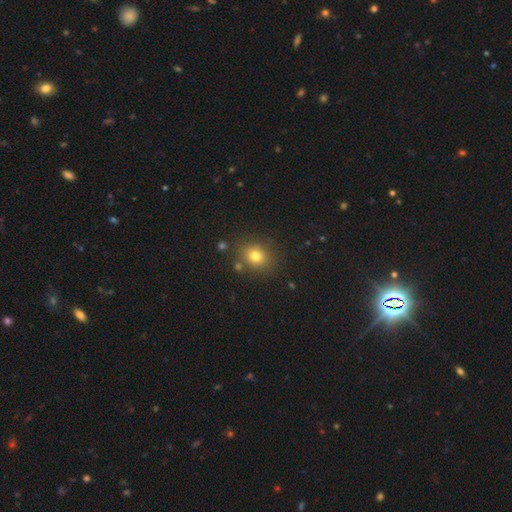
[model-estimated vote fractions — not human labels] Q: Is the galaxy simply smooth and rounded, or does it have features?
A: smooth — 76%.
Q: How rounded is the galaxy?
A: round — 67%.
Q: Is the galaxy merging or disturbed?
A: none — 82%.